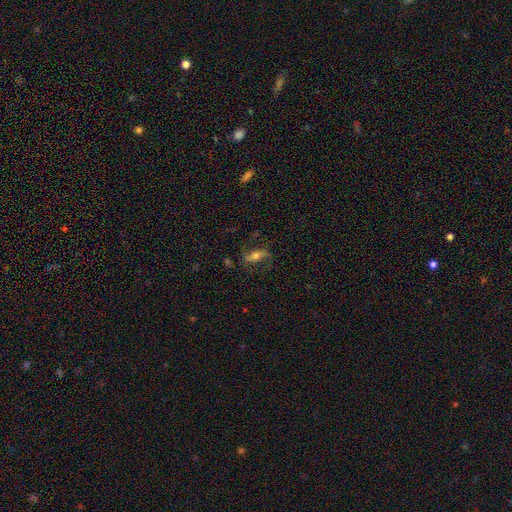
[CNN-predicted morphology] Smooth or featured: featured or disk — 67% (smooth — 24%)
Edge-on disk: no — 82% (yes — 18%)
Bar: strong — 42% (no — 34%)
Spiral arms: yes — 86% (no — 14%)
Bulge size: moderate — 61% (small — 25%)
Merging: none — 74% (minor disturbance — 15%)